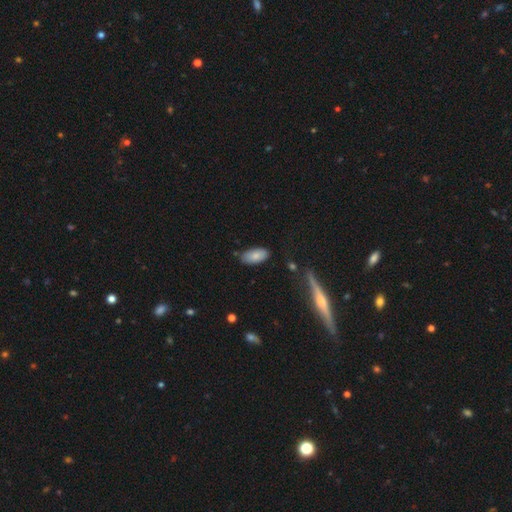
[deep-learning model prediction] Smooth or featured? smooth (81%)
How rounded? in between (92%)
Merging? none (78%)